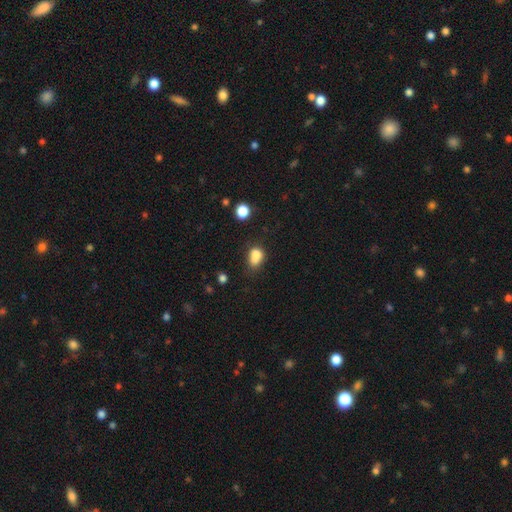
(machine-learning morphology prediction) type=smooth (79%); roundness=in between (68%); merging=none (40%).